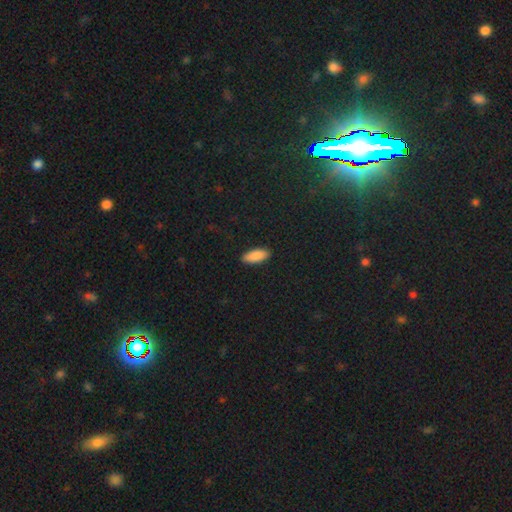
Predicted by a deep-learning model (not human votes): Overall: smooth (89%). How rounded: in between (83%). Merging: none (91%).